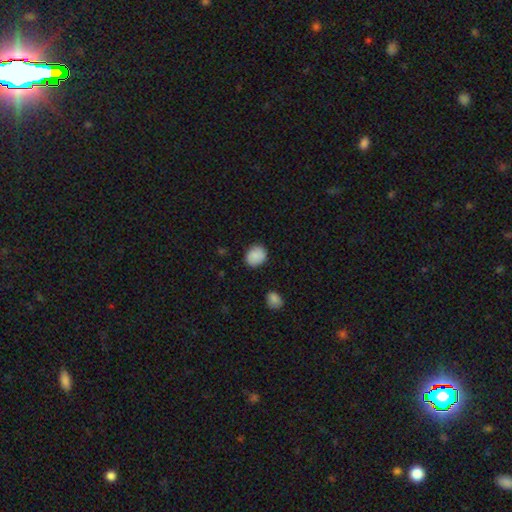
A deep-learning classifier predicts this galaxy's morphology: Smooth or featured: smooth — 87% (star or artifact — 7%)
How rounded: round — 61% (in between — 38%)
Merging: none — 86% (minor disturbance — 10%)